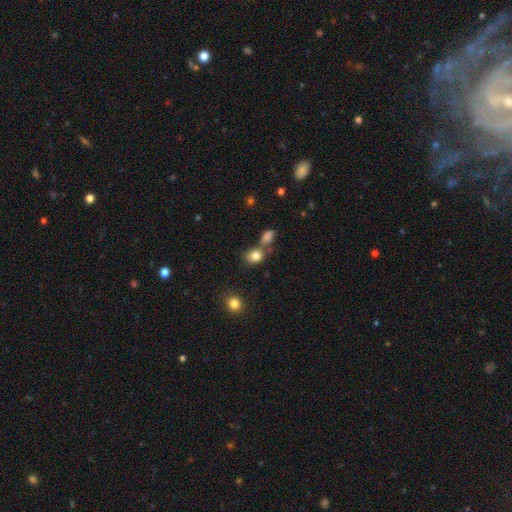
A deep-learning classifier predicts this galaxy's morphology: Overall: smooth (82%). How rounded: in between (50%; round 49%). Merging: none (51%; merger 32%).